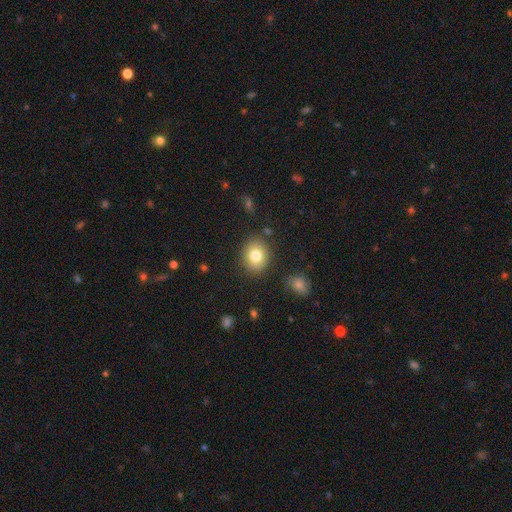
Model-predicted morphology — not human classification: Smooth or featured?
  - smooth: 80% *
  - featured or disk: 11%
  - star or artifact: 10%
How rounded?
  - round: 61% *
  - in between: 38%
  - cigar-shaped: 1%
Merging?
  - none: 86% *
  - minor disturbance: 9%
  - major disturbance: 3%
  - merger: 3%